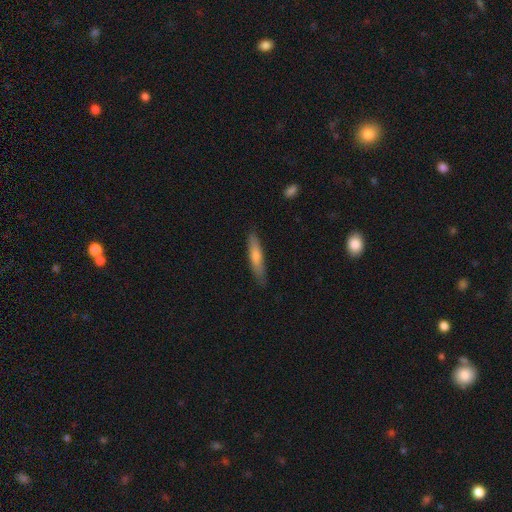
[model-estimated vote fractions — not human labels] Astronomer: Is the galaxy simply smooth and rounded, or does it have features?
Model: smooth — 63%.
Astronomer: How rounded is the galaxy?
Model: cigar-shaped — 88%.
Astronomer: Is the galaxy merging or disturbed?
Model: none — 85%.